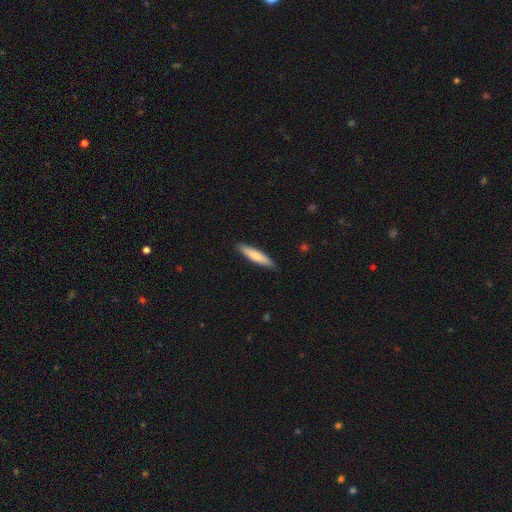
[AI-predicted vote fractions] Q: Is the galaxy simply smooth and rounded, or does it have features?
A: smooth — 71%.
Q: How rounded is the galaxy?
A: cigar-shaped — 83%.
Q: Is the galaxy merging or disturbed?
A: none — 90%.